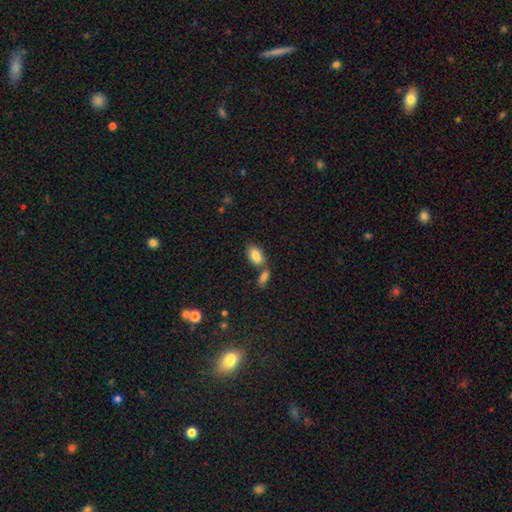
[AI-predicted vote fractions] smooth-or-featured: smooth: 85% | star or artifact: 8% | featured or disk: 7%
  how-rounded: in between: 92% | round: 5% | cigar-shaped: 2%
  merging: none: 51% | merger: 34% | minor disturbance: 11% | major disturbance: 4%